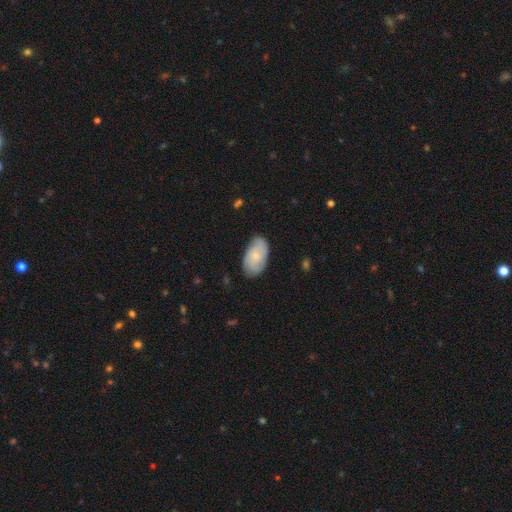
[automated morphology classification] Smooth or featured? smooth (59%)
How rounded? in between (94%)
Merging? none (74%)